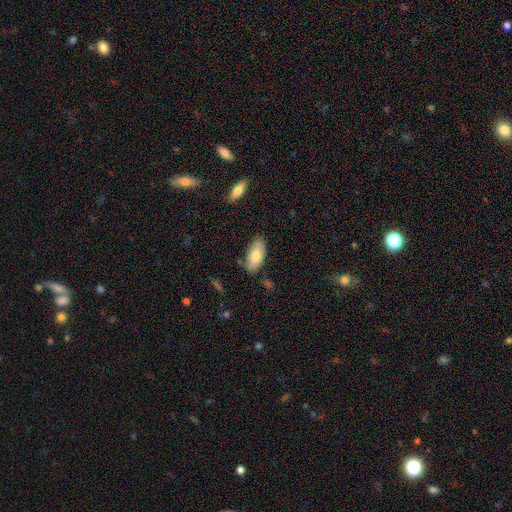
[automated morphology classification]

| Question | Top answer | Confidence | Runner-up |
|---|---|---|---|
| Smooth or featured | smooth | 80% | featured or disk (14%) |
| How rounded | in between | 90% | cigar-shaped (8%) |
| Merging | none | 82% | minor disturbance (13%) |